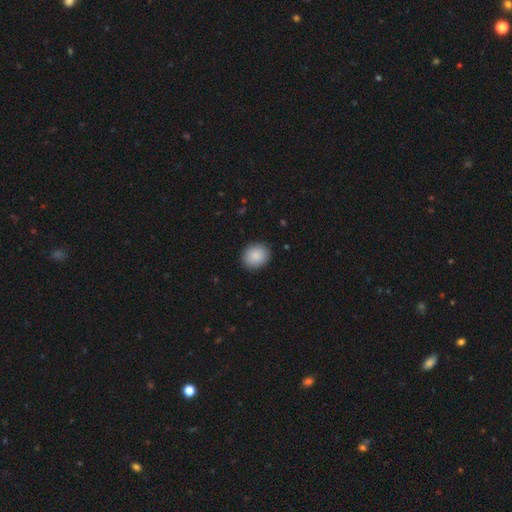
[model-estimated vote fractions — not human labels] smooth-or-featured: smooth: 89% | star or artifact: 7% | featured or disk: 4%
  how-rounded: round: 66% | in between: 33% | cigar-shaped: 1%
  merging: none: 89% | minor disturbance: 8% | major disturbance: 2% | merger: 1%